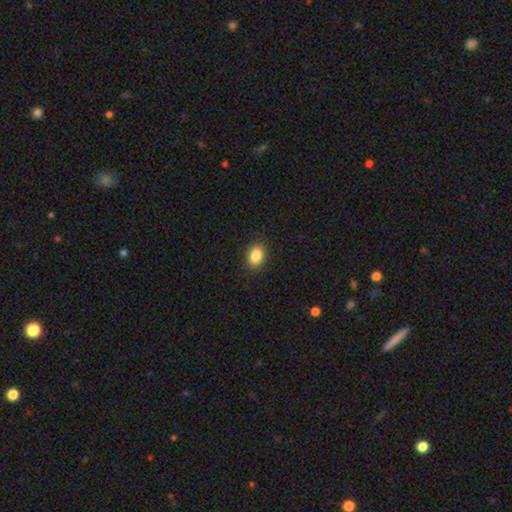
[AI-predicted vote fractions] This is clearly a smooth galaxy (86%). How rounded: likely in between (75%). Merging: clearly none (89%).